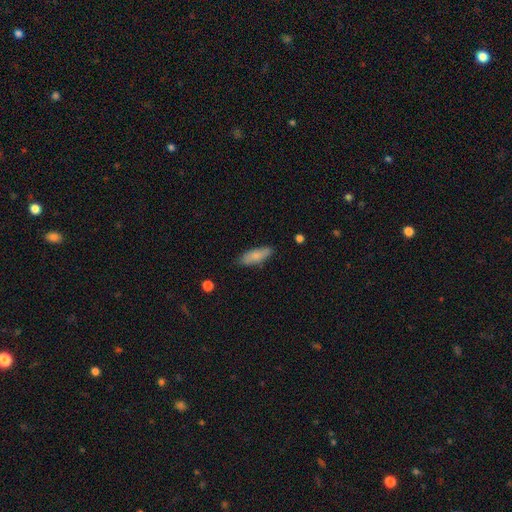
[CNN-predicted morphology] Q: Smooth or featured?
A: smooth (78%); runner-up: featured or disk (16%)
Q: How rounded?
A: in between (67%); runner-up: cigar-shaped (31%)
Q: Merging?
A: none (79%); runner-up: minor disturbance (17%)